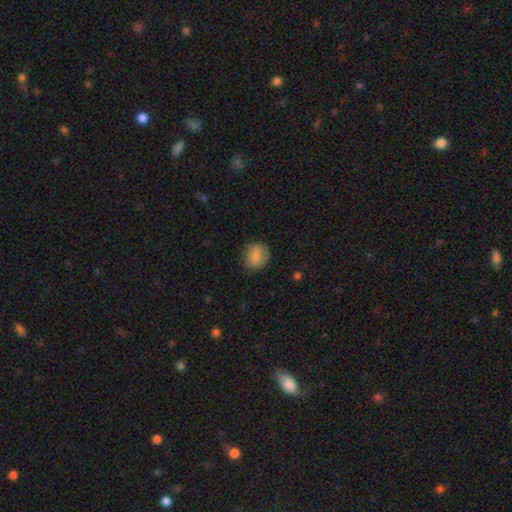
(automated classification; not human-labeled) Overall: smooth (84%). How rounded: round (59%; in between 39%). Merging: none (78%).